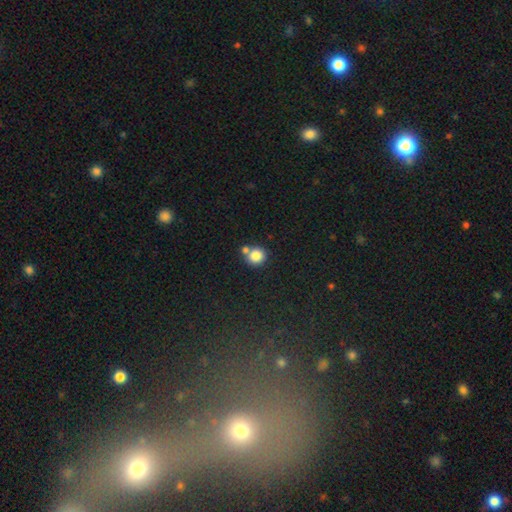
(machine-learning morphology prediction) Smooth or featured: smooth — 83% (star or artifact — 10%)
How rounded: round — 87% (in between — 12%)
Merging: none — 60% (merger — 28%)